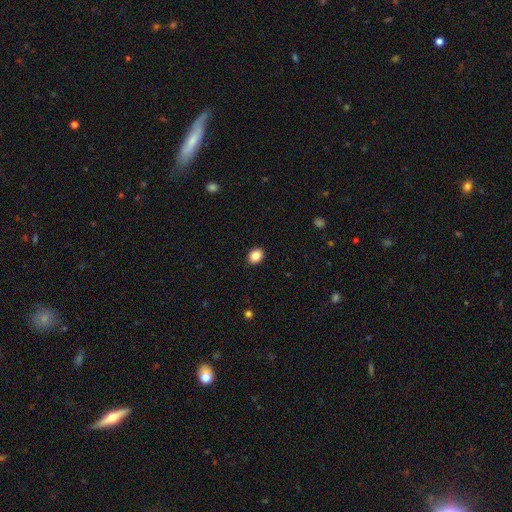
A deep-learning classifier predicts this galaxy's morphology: Smooth or featured?
  - smooth: 86% *
  - star or artifact: 9%
  - featured or disk: 5%
How rounded?
  - in between: 58% *
  - round: 41%
  - cigar-shaped: 1%
Merging?
  - none: 90% *
  - minor disturbance: 7%
  - major disturbance: 2%
  - merger: 1%